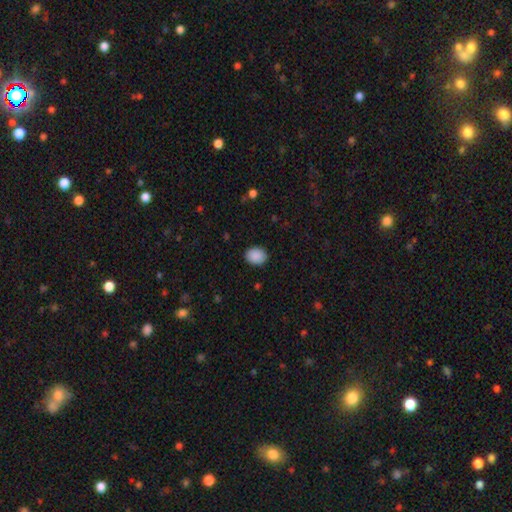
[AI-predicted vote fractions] A smooth galaxy with no disk features (90%) that is in between round and cigar-shaped (53%). Merging: none (89%).